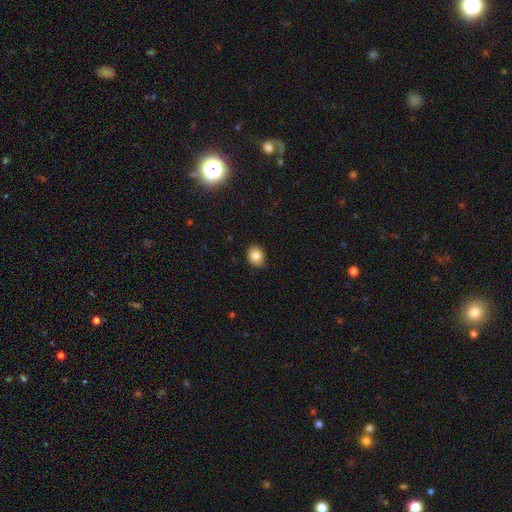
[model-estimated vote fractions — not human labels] The model was most divided on "how rounded": round: 55%, in between: 44%, cigar-shaped: 1%. More confident: smooth or featured — smooth (83%); merging — none (81%).